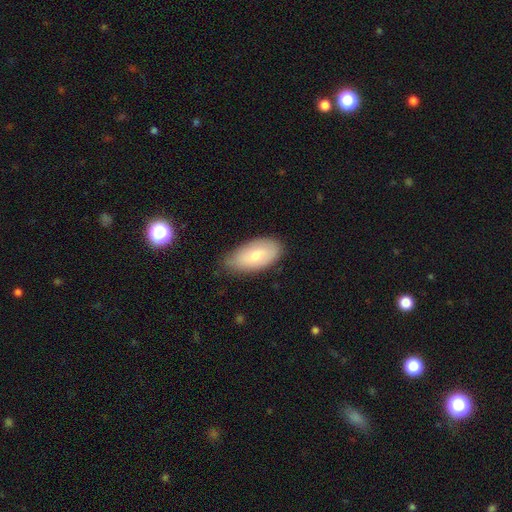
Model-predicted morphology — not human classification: Smooth or featured? smooth (70%)
How rounded? in between (94%)
Merging? none (70%)